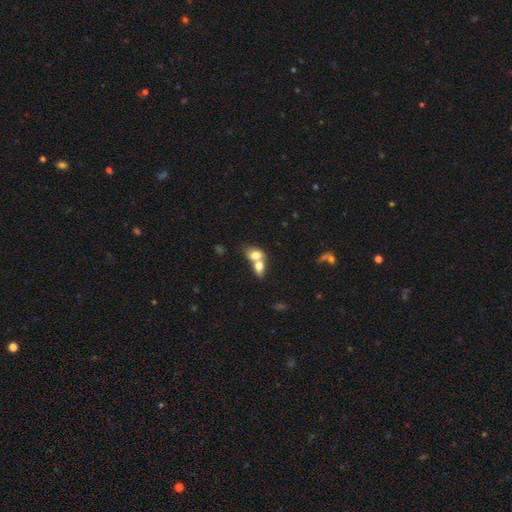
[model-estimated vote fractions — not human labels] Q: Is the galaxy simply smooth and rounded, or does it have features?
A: smooth — 73%.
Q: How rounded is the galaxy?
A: in between — 72%.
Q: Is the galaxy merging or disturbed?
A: merger — 74%.